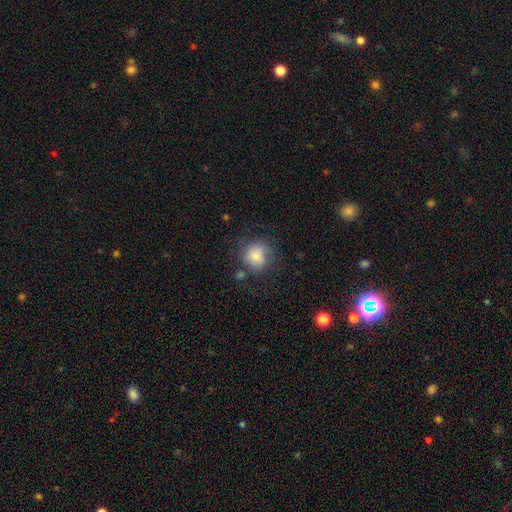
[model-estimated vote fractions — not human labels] Smooth or featured? smooth (71%)
How rounded? round (80%)
Merging? none (60%)